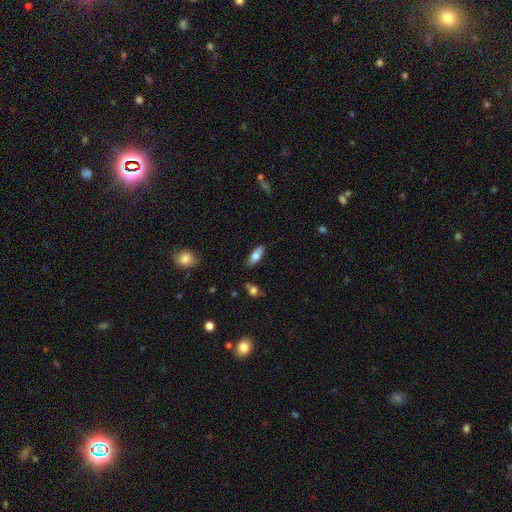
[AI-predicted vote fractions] Smooth or featured?
  - smooth: 76% *
  - featured or disk: 17%
  - star or artifact: 7%
How rounded?
  - in between: 75% *
  - cigar-shaped: 23%
  - round: 2%
Merging?
  - none: 82% *
  - minor disturbance: 13%
  - major disturbance: 3%
  - merger: 2%